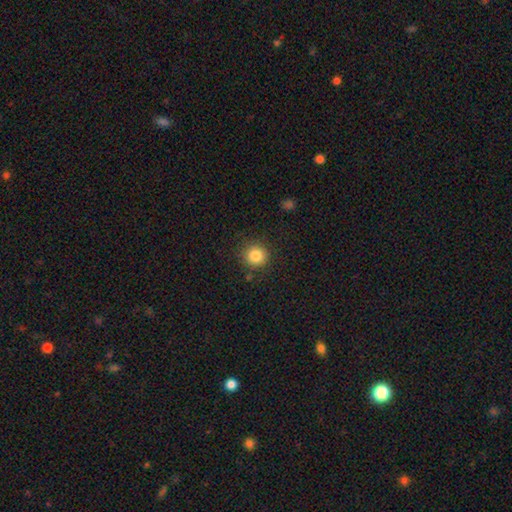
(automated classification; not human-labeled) Q: Smooth or featured?
A: smooth (84%); runner-up: star or artifact (11%)
Q: How rounded?
A: round (93%); runner-up: in between (6%)
Q: Merging?
A: none (88%); runner-up: minor disturbance (8%)